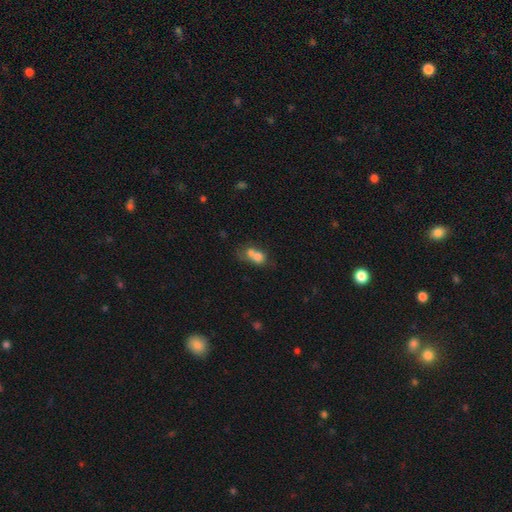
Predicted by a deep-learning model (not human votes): This appears to be a smooth galaxy with no disk features (70%) that is in between round and cigar-shaped (54%). Merging: merger (63%).